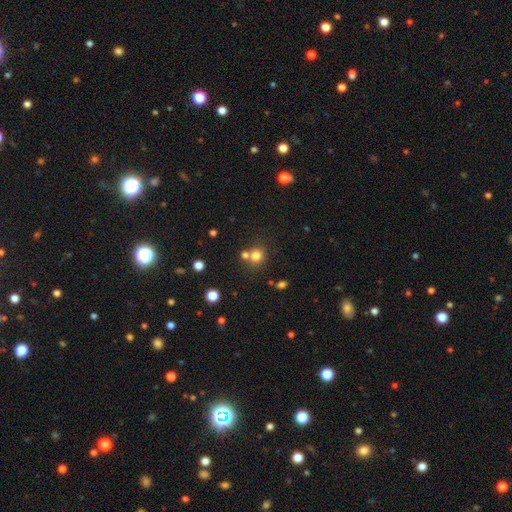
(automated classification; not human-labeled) A smooth galaxy with no disk features (77%) that is round (84%). Merging: none (60%).